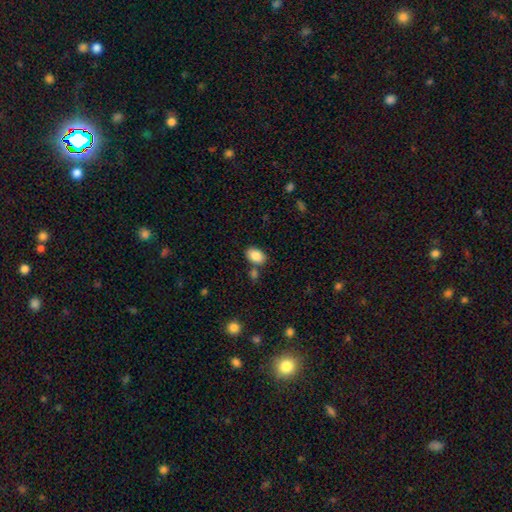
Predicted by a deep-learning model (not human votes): Smooth or featured?
  - smooth: 86% *
  - star or artifact: 7%
  - featured or disk: 6%
How rounded?
  - in between: 87% *
  - round: 12%
  - cigar-shaped: 1%
Merging?
  - none: 73% *
  - merger: 12%
  - minor disturbance: 11%
  - major disturbance: 3%